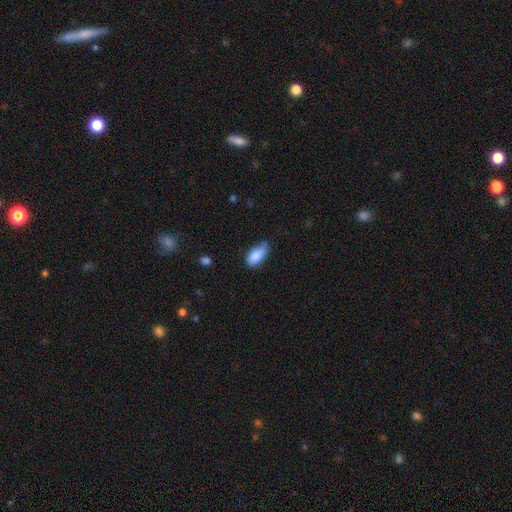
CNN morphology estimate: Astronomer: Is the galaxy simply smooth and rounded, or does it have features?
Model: smooth — 84%.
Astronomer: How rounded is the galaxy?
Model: in between — 91%.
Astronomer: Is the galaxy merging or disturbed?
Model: none — 46% (runner-up: minor disturbance, 42%).